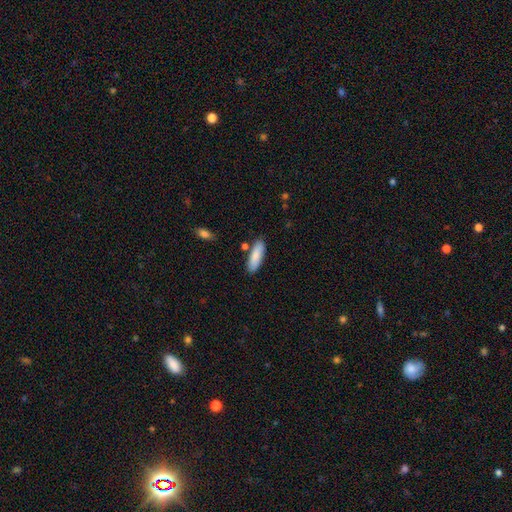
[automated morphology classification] Smooth or featured?
  - smooth: 85% *
  - featured or disk: 9%
  - star or artifact: 6%
How rounded?
  - in between: 54% *
  - cigar-shaped: 45%
  - round: 2%
Merging?
  - none: 83% *
  - minor disturbance: 11%
  - merger: 4%
  - major disturbance: 2%